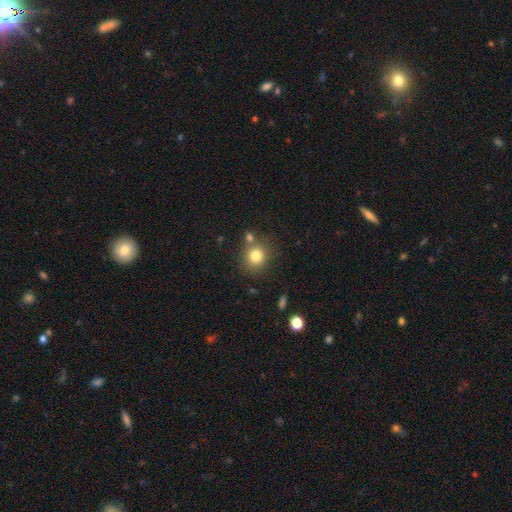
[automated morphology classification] This is likely a smooth galaxy (80%). How rounded: clearly round (83%). Merging: likely none (70%).